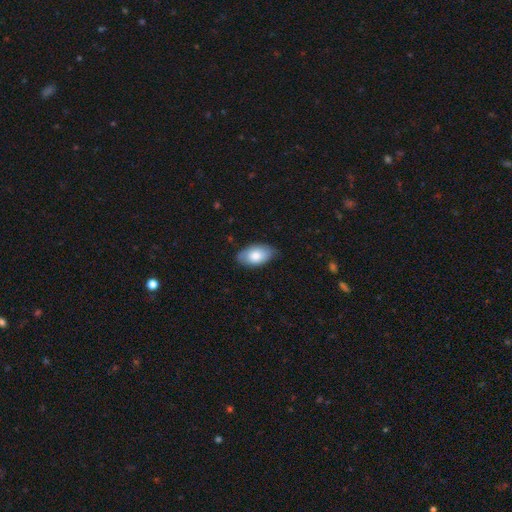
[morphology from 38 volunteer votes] A smooth galaxy with no disk features (74%) that is in between round and cigar-shaped (96%). Merging: none (68%).